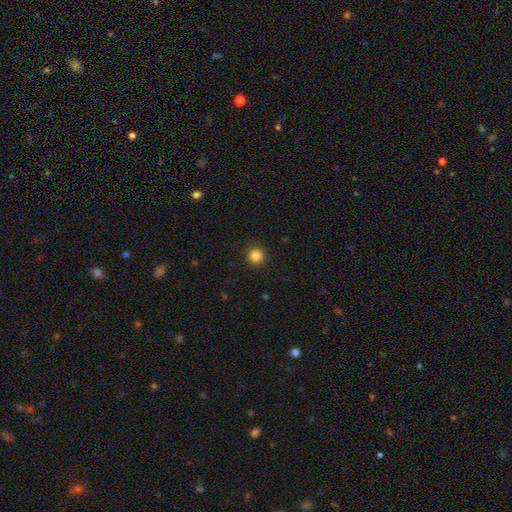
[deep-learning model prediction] smooth 85%, star or artifact 12%, featured or disk 4%. Down the decision tree: how rounded — round (94%); merging — none (92%).